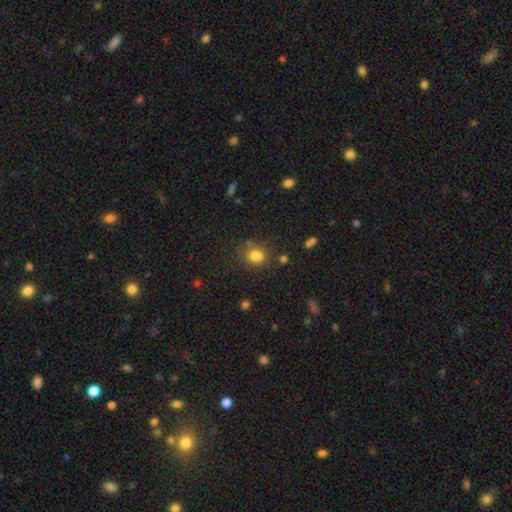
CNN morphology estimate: Smooth or featured: smooth — 78% (star or artifact — 14%)
How rounded: round — 63% (in between — 36%)
Merging: none — 64% (minor disturbance — 18%)